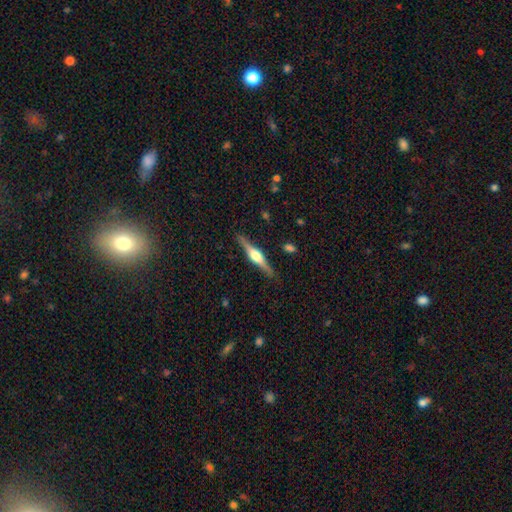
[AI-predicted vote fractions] The model was most divided on "smooth or featured": featured or disk: 77%, smooth: 18%, star or artifact: 5%. More confident: edge-on disk — yes (98%); merging — none (88%); edge-on bulge — rounded (88%).